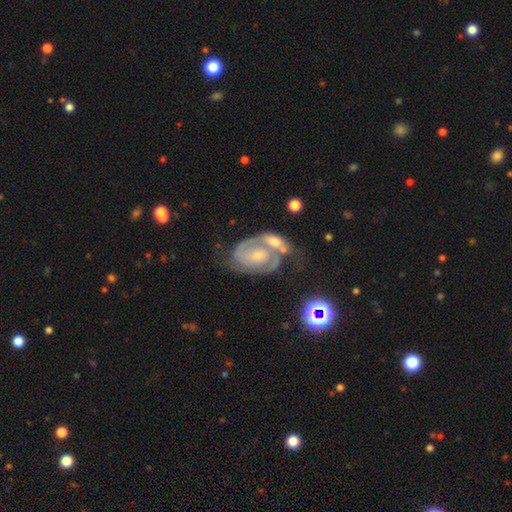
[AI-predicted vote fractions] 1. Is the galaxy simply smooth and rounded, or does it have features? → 82% featured or disk, 11% smooth, 7% star or artifact.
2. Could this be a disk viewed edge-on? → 97% no, 3% yes.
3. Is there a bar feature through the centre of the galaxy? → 58% no, 34% weak, 9% strong.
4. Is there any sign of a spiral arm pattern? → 92% yes, 8% no.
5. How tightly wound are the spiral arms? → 50% tight, 39% medium, 11% loose.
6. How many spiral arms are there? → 74% 2, 12% can't tell, 7% 1, 4% 3, 2% 4, 2% more than 4.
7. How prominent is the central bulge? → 53% small, 32% moderate, 9% none, 5% large, 2% dominant.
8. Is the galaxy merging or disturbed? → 40% none, 29% merger, 17% minor disturbance, 14% major disturbance.